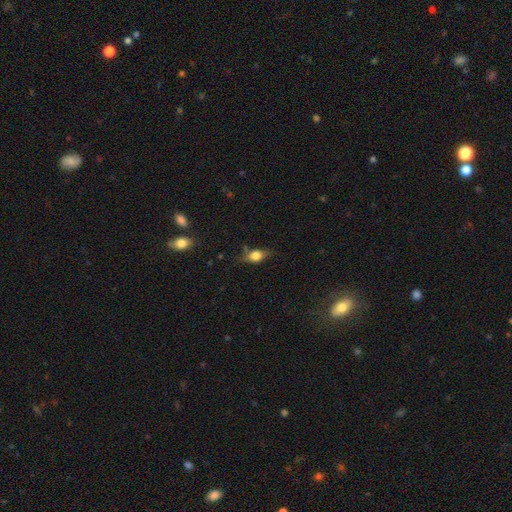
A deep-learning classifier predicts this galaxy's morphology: Smooth or featured?
  - smooth: 66% *
  - featured or disk: 23%
  - star or artifact: 11%
How rounded?
  - in between: 70% *
  - round: 19%
  - cigar-shaped: 11%
Merging?
  - none: 63% *
  - minor disturbance: 26%
  - major disturbance: 8%
  - merger: 3%